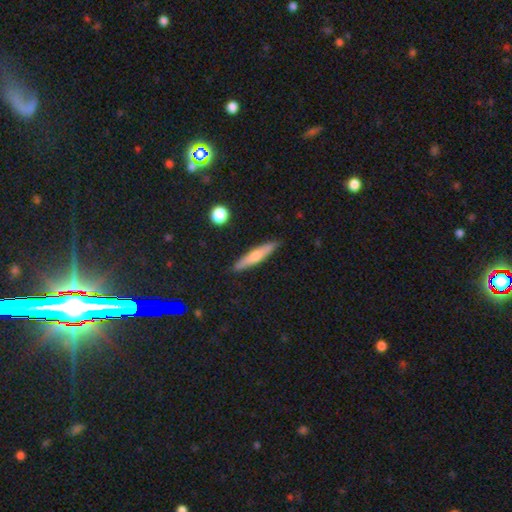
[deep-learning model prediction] This is possibly a smooth galaxy (57%). How rounded: clearly cigar-shaped (88%). Merging: clearly none (88%).